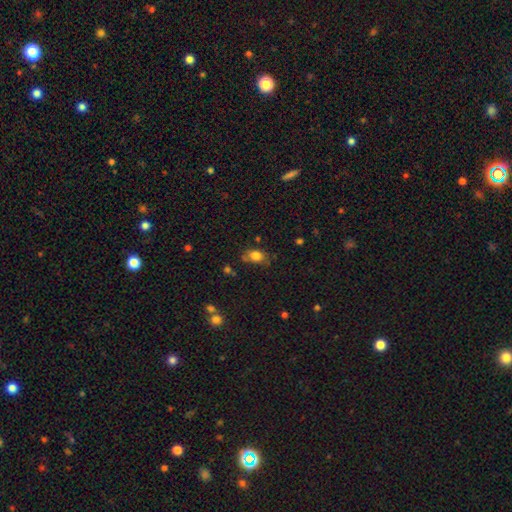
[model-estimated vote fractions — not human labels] Q: Smooth or featured?
A: smooth (80%); runner-up: star or artifact (11%)
Q: How rounded?
A: in between (66%); runner-up: round (32%)
Q: Merging?
A: none (65%); runner-up: minor disturbance (24%)